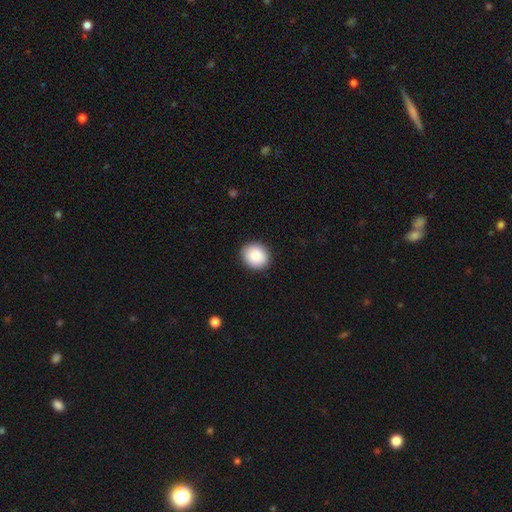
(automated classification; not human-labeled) The model was most divided on "how rounded": round: 73%, in between: 26%, cigar-shaped: 1%. More confident: merging — none (90%); smooth or featured — smooth (89%).